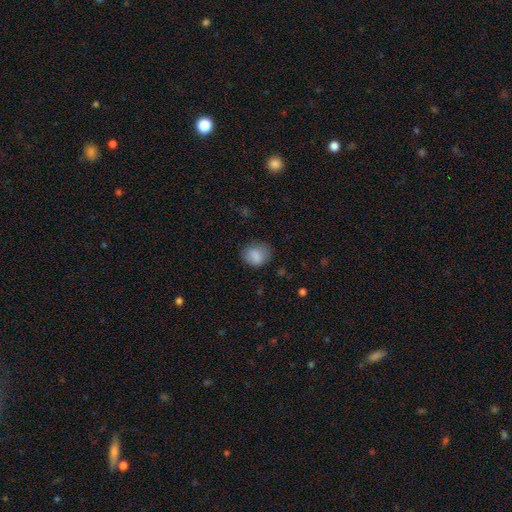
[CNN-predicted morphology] smooth_or_featured: smooth (p=0.84) [alt: star or artifact p=0.09]
how_rounded: round (p=0.62) [alt: in between p=0.37]
merging: none (p=0.70) [alt: minor disturbance p=0.22]